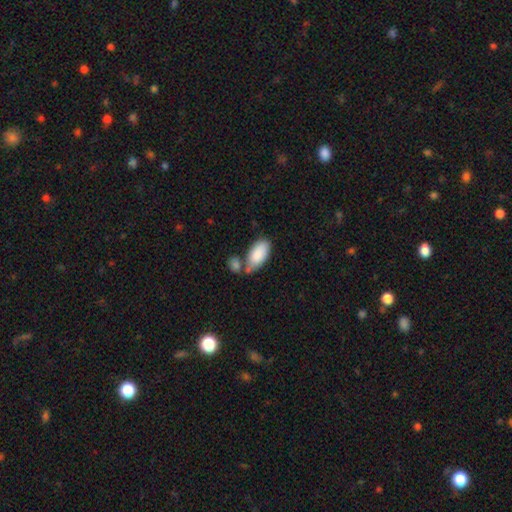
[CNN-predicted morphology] Smooth or featured?
  - smooth: 86% *
  - featured or disk: 8%
  - star or artifact: 6%
How rounded?
  - in between: 94% *
  - cigar-shaped: 4%
  - round: 2%
Merging?
  - none: 47% *
  - merger: 30%
  - minor disturbance: 18%
  - major disturbance: 6%